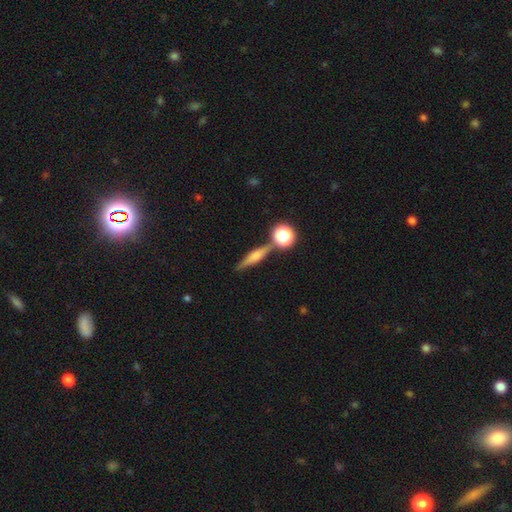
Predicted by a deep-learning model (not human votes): Morphology: type=featured or disk (48%); merging=none (76%).